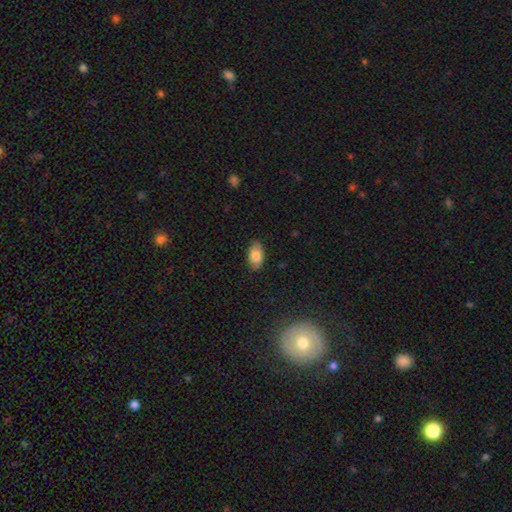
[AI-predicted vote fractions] This is clearly a smooth galaxy (82%). How rounded: clearly in between (94%). Merging: clearly none (85%).